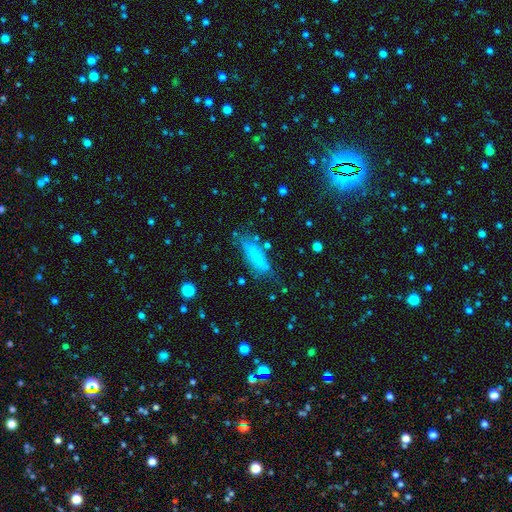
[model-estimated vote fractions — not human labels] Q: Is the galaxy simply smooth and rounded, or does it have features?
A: smooth — 68%.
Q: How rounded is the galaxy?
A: cigar-shaped — 60%.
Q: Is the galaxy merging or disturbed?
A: none — 61%.